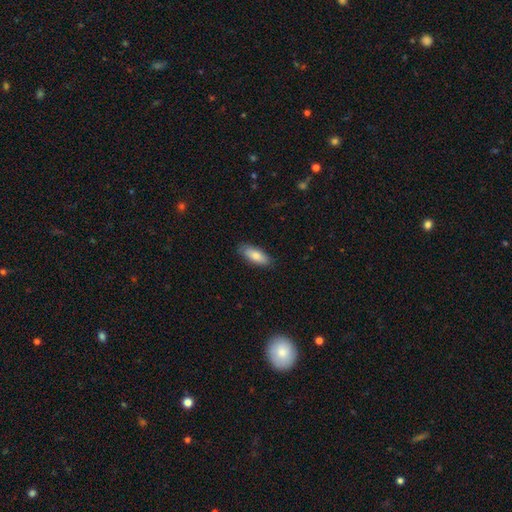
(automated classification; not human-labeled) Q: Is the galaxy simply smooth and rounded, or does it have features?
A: smooth — 82%.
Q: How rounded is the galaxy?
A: in between — 75%.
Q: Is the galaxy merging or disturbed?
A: none — 85%.